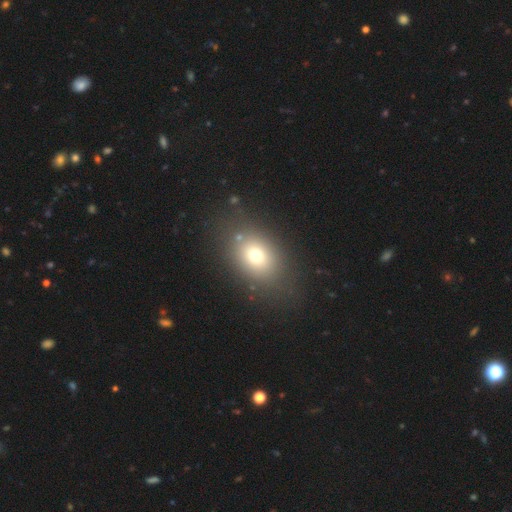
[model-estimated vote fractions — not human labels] Q: Smooth or featured?
A: smooth (71%); runner-up: star or artifact (16%)
Q: How rounded?
A: in between (62%); runner-up: round (37%)
Q: Merging?
A: none (78%); runner-up: minor disturbance (12%)